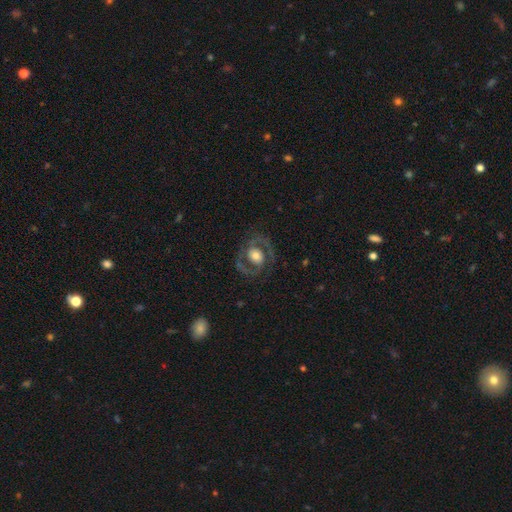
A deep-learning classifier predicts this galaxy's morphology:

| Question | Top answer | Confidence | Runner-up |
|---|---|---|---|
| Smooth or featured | featured or disk | 82% | smooth (12%) |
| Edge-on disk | no | 97% | yes (3%) |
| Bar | no | 57% | weak (30%) |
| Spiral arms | yes | 87% | no (13%) |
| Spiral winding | medium | 56% | tight (29%) |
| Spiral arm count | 2 | 90% | can't tell (4%) |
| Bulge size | moderate | 55% | large (26%) |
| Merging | none | 79% | minor disturbance (11%) |